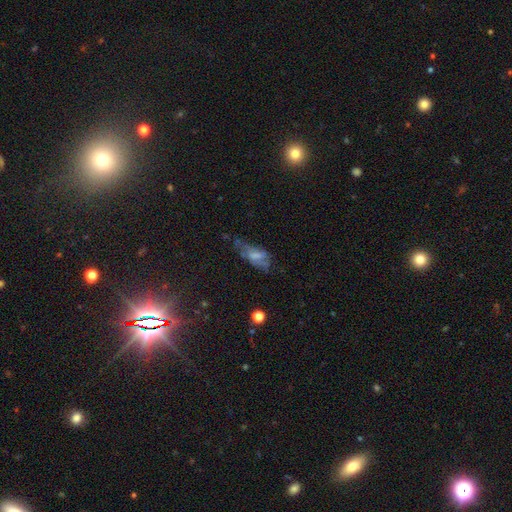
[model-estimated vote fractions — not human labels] smooth_or_featured: smooth (p=0.46) [alt: featured or disk p=0.41]
merging: none (p=0.36) [alt: minor disturbance p=0.32]